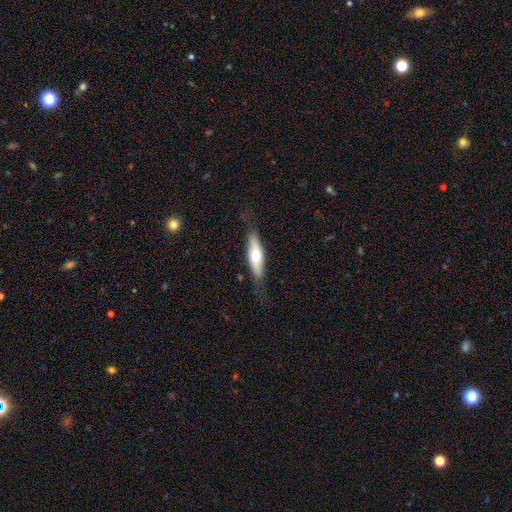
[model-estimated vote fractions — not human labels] smooth-or-featured: smooth: 55% | featured or disk: 39% | star or artifact: 6%
  how-rounded: cigar-shaped: 53% | in between: 45% | round: 2%
  merging: none: 76% | minor disturbance: 17% | major disturbance: 5% | merger: 1%